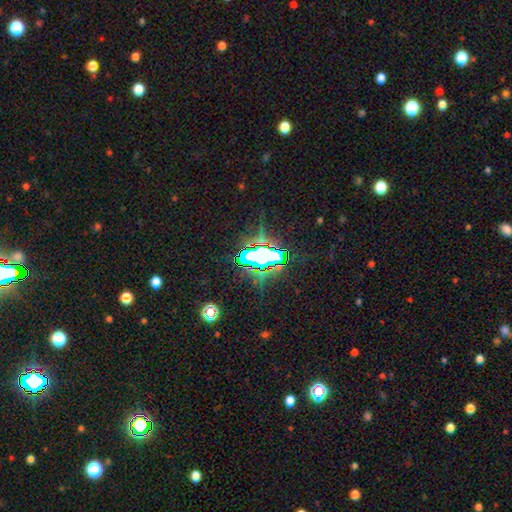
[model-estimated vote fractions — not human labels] smooth-or-featured: star or artifact: 68% | smooth: 18% | featured or disk: 14%